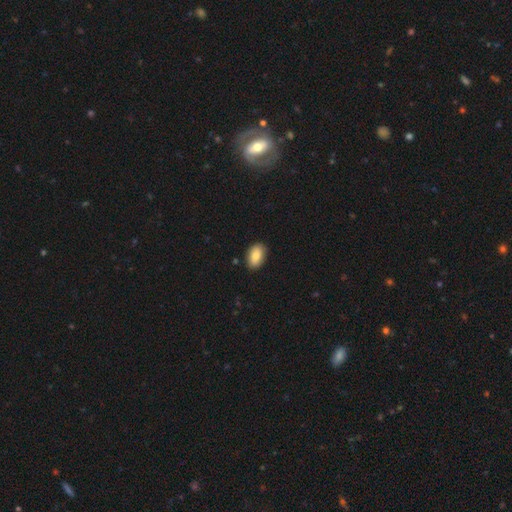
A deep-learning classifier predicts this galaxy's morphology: smooth 84%, featured or disk 9%, star or artifact 7%. Down the decision tree: how rounded — in between (91%); merging — none (86%).